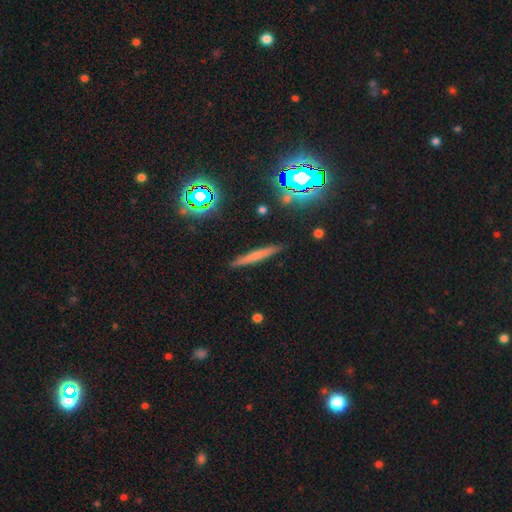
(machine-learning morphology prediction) Smooth or featured? smooth (53%)
How rounded? cigar-shaped (94%)
Merging? none (89%)